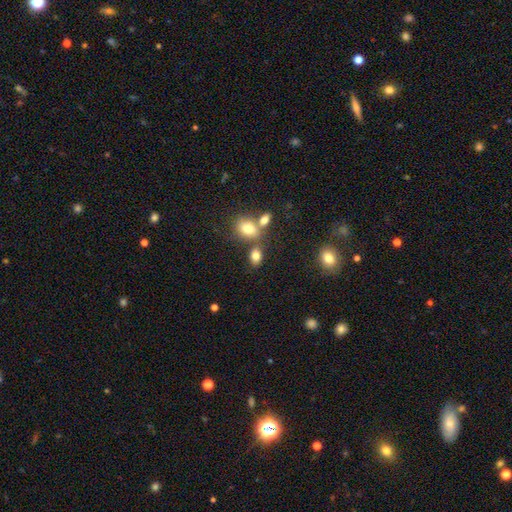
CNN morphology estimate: Smooth or featured?
  - smooth: 80% *
  - star or artifact: 11%
  - featured or disk: 9%
How rounded?
  - in between: 78% *
  - round: 20%
  - cigar-shaped: 2%
Merging?
  - none: 58% *
  - merger: 25%
  - minor disturbance: 12%
  - major disturbance: 5%